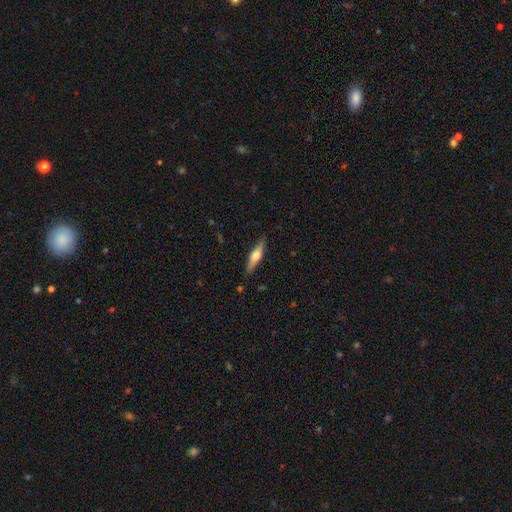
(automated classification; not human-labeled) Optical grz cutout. It shows a featured or disk galaxy (49%). Merging: none (86%).